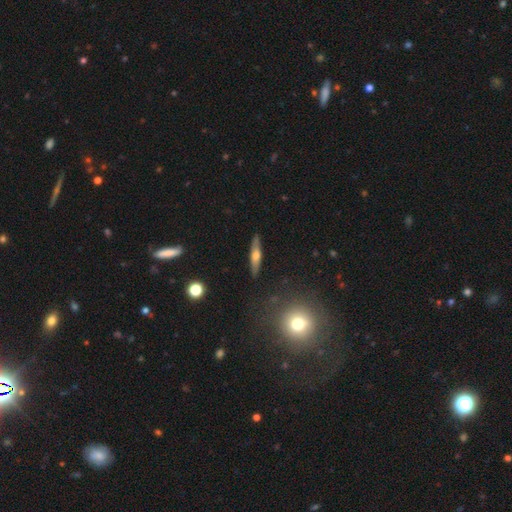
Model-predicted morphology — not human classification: This appears to be a featured or disk galaxy (50%). Merging: none (88%).